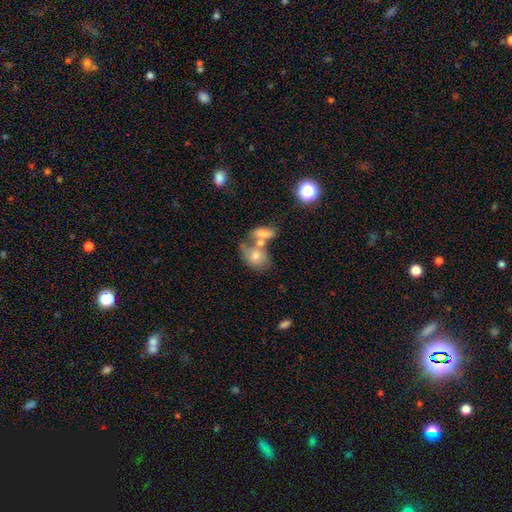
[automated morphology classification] The model was most divided on "merging": merger: 54%, none: 26%, minor disturbance: 12%, major disturbance: 8%. More confident: how rounded — in between (70%); smooth or featured — smooth (67%).